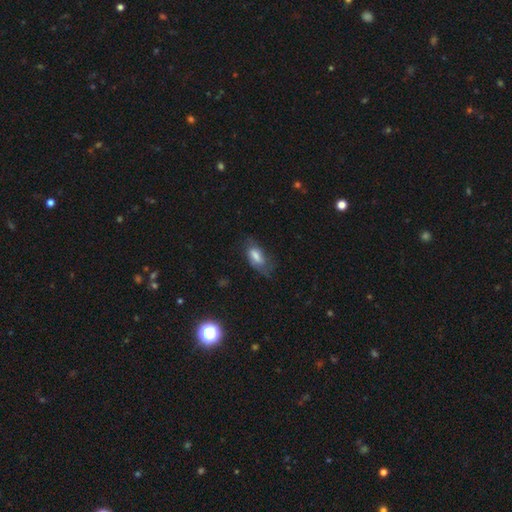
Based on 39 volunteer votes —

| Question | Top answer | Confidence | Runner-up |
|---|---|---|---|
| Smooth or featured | smooth | 72% | featured or disk (18%) |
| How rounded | in between | 71% | cigar-shaped (21%) |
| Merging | none | 60% | minor disturbance (20%) |